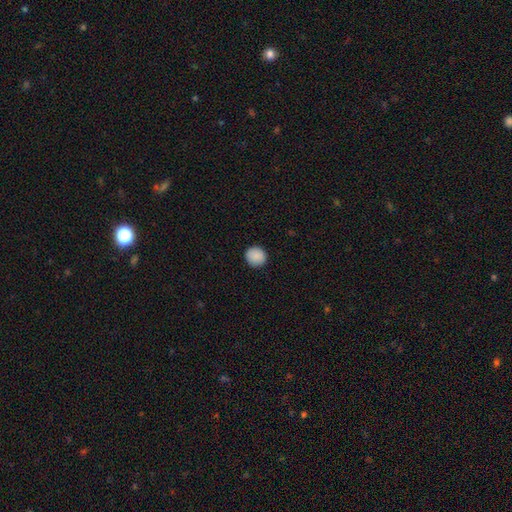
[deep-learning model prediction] The model was most divided on "smooth or featured": smooth: 90%, star or artifact: 8%, featured or disk: 2%. More confident: merging — none (91%); how rounded — round (91%).